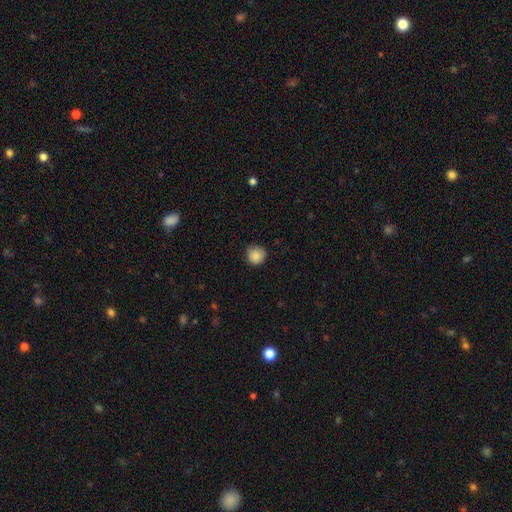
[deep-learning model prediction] The model was most divided on "merging": none: 85%, minor disturbance: 12%, major disturbance: 2%, merger: 1%. More confident: how rounded — round (93%); smooth or featured — smooth (85%).